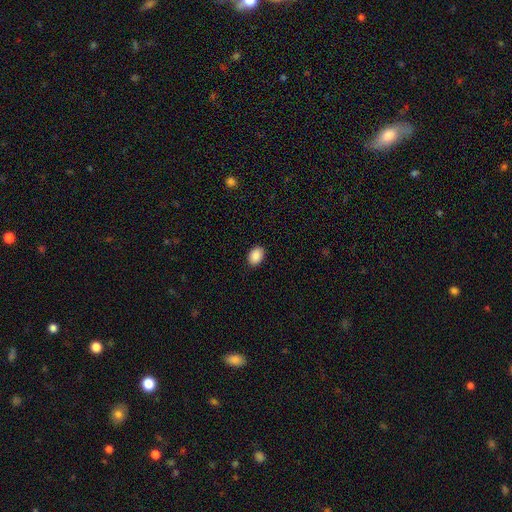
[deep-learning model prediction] This is clearly a smooth galaxy (90%). How rounded: likely in between (79%). Merging: clearly none (89%).